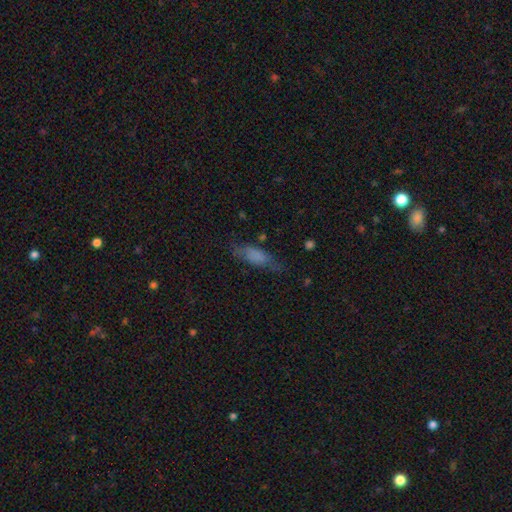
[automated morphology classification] smooth 72%, featured or disk 19%, star or artifact 9%. Down the decision tree: how rounded — in between (56%); merging — none (63%).